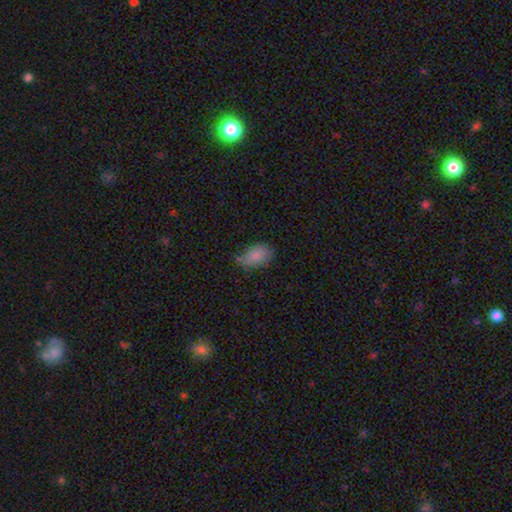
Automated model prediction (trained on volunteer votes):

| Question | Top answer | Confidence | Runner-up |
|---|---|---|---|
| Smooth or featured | smooth | 86% | star or artifact (8%) |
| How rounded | in between | 91% | round (8%) |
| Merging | none | 61% | minor disturbance (30%) |